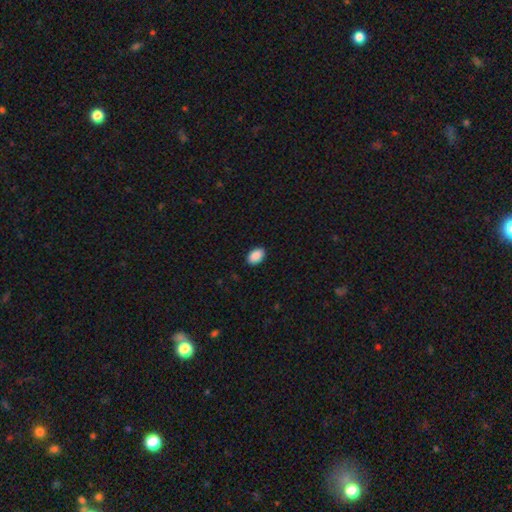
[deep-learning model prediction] smooth-or-featured: smooth: 90% | star or artifact: 7% | featured or disk: 3%
  how-rounded: in between: 90% | round: 9% | cigar-shaped: 1%
  merging: none: 90% | minor disturbance: 8% | major disturbance: 2% | merger: 1%